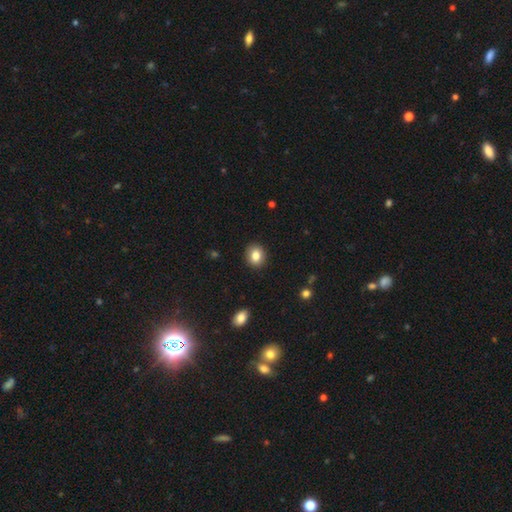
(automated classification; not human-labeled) This is clearly a smooth galaxy (83%). How rounded: likely round (63%). Merging: clearly none (90%).